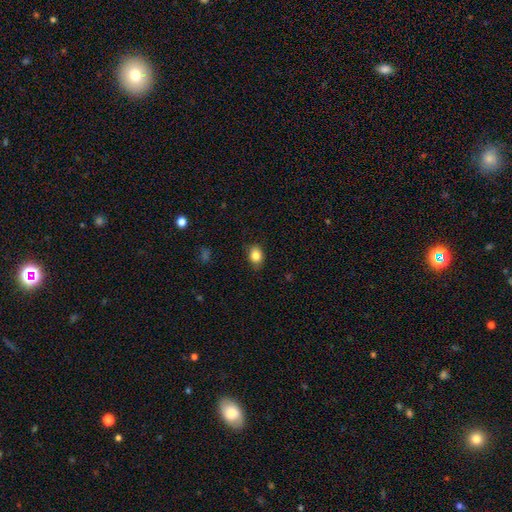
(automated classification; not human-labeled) Smooth or featured: smooth — 84% (star or artifact — 9%)
How rounded: in between — 63% (round — 35%)
Merging: none — 82% (minor disturbance — 14%)